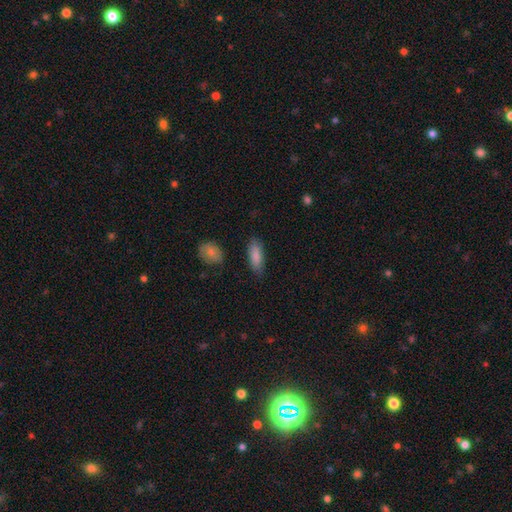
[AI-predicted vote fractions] Q: Smooth or featured?
A: smooth (86%); runner-up: featured or disk (8%)
Q: How rounded?
A: in between (74%); runner-up: cigar-shaped (24%)
Q: Merging?
A: none (82%); runner-up: minor disturbance (13%)